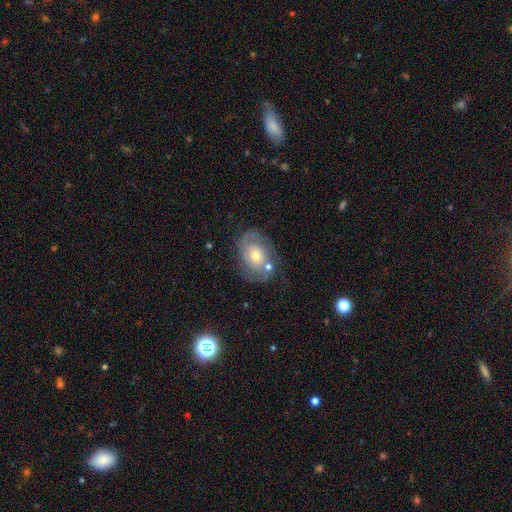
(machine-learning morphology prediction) smooth_or_featured: featured or disk (p=0.68) [alt: smooth p=0.24]
disk_edge_on: no (p=0.96) [alt: yes p=0.04]
bar: no (p=0.79) [alt: weak p=0.17]
has_spiral_arms: yes (p=0.81) [alt: no p=0.19]
spiral_winding: tight (p=0.52) [alt: medium p=0.34]
spiral_arm_count: 2 (p=0.60) [alt: can't tell p=0.24]
bulge_size: moderate (p=0.58) [alt: small p=0.35]
merging: none (p=0.64) [alt: minor disturbance p=0.19]